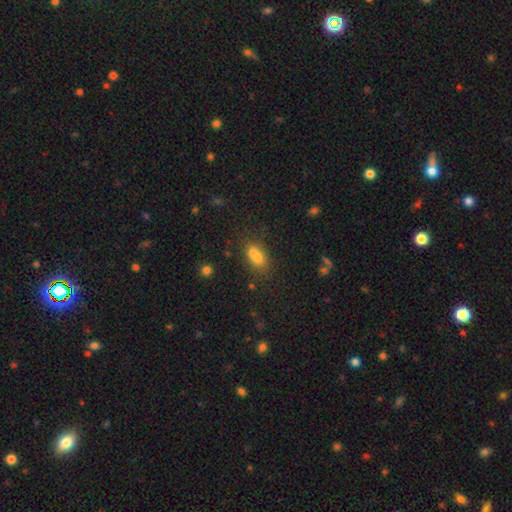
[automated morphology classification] smooth-or-featured: smooth: 70% | featured or disk: 16% | star or artifact: 14%
  how-rounded: in between: 71% | round: 24% | cigar-shaped: 6%
  merging: merger: 51% | none: 33% | minor disturbance: 11% | major disturbance: 5%